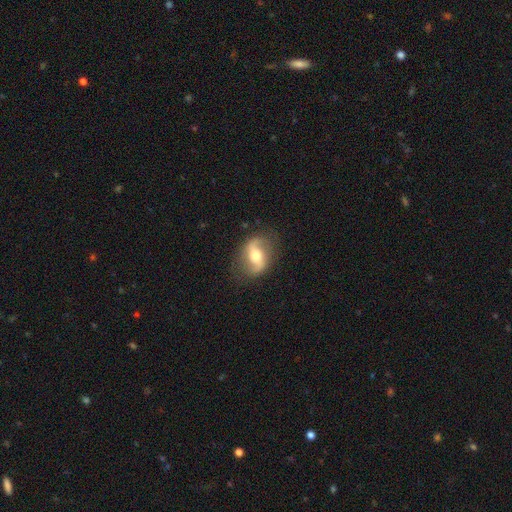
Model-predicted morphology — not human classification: smooth_or_featured: featured or disk (p=0.75) [alt: smooth p=0.18]
disk_edge_on: no (p=0.93) [alt: yes p=0.07]
bar: strong (p=0.42) [alt: weak p=0.35]
has_spiral_arms: yes (p=0.82) [alt: no p=0.18]
spiral_winding: loose (p=0.65) [alt: medium p=0.26]
spiral_arm_count: 2 (p=0.90) [alt: can't tell p=0.04]
bulge_size: moderate (p=0.67) [alt: large p=0.15]
merging: none (p=0.81) [alt: minor disturbance p=0.13]